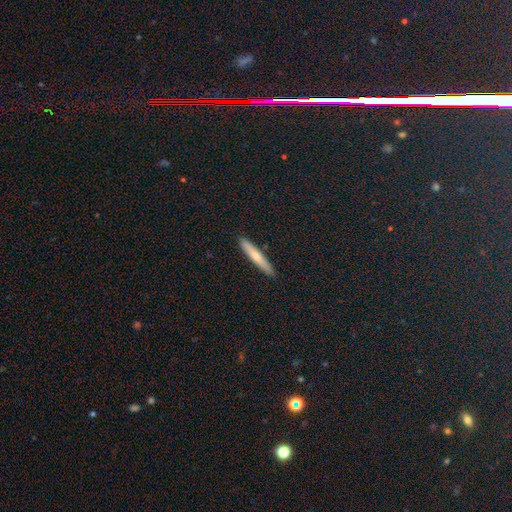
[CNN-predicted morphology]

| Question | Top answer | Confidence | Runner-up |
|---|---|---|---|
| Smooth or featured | smooth | 63% | featured or disk (31%) |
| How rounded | cigar-shaped | 94% | in between (5%) |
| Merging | none | 91% | minor disturbance (7%) |